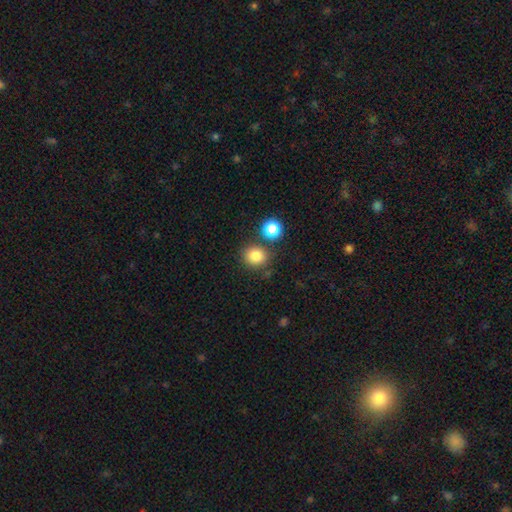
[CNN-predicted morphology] Q: Smooth or featured?
A: smooth (82%); runner-up: star or artifact (12%)
Q: How rounded?
A: round (79%); runner-up: in between (20%)
Q: Merging?
A: none (78%); runner-up: minor disturbance (9%)